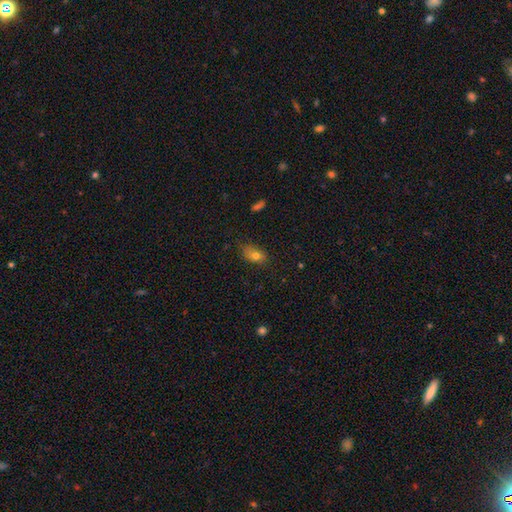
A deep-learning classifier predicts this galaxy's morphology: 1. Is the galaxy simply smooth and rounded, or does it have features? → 75% smooth, 13% featured or disk, 12% star or artifact.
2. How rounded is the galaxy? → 82% in between, 14% round, 3% cigar-shaped.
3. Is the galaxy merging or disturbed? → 68% none, 24% minor disturbance, 6% major disturbance, 2% merger.